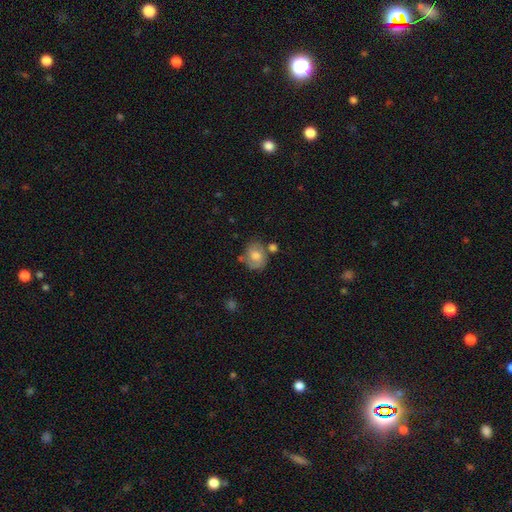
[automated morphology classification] Smooth or featured? smooth (59%)
How rounded? round (59%)
Merging? none (58%)